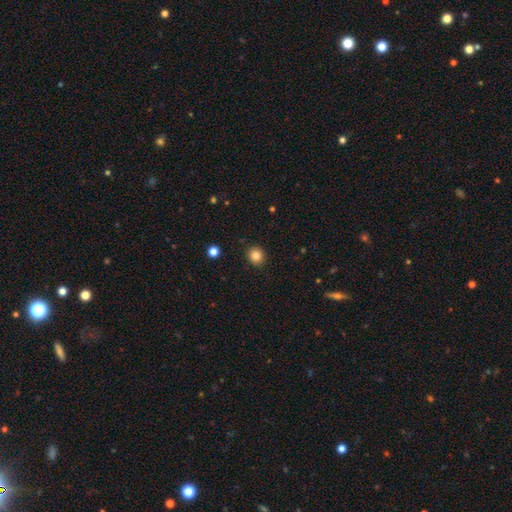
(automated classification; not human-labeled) A smooth galaxy with no disk features (83%) that is round (85%).

Vote fractions:
- Smooth or featured? smooth: 83% / star or artifact: 11% / featured or disk: 6%
- How rounded? round: 85% / in between: 14% / cigar-shaped: 1%
- Merging? none: 91% / minor disturbance: 6% / major disturbance: 2% / merger: 1%